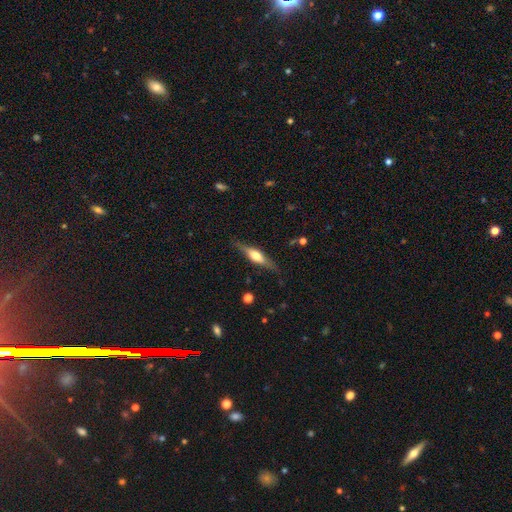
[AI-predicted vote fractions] smooth_or_featured: featured or disk (p=0.61) [alt: smooth p=0.33]
disk_edge_on: yes (p=0.95) [alt: no p=0.05]
edge_on_bulge: rounded (p=0.86) [alt: boxy p=0.11]
merging: none (p=0.83) [alt: minor disturbance p=0.12]